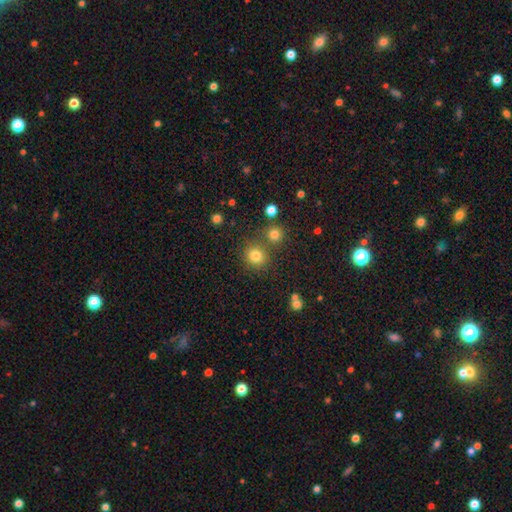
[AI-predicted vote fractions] Smooth or featured? smooth (79%)
How rounded? round (88%)
Merging? none (75%)